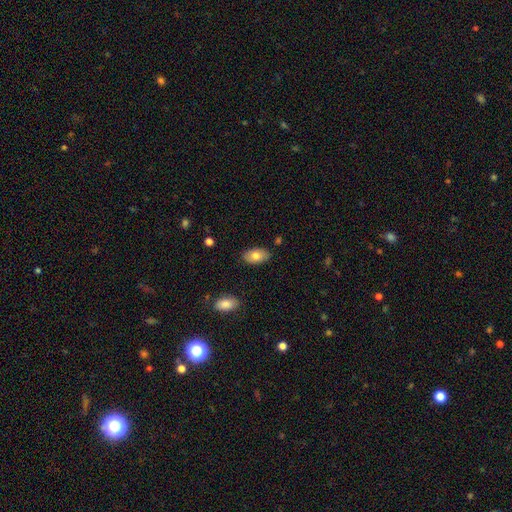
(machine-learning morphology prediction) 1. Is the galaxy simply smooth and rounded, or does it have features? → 78% smooth, 15% featured or disk, 7% star or artifact.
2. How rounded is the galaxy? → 94% in between, 4% round, 2% cigar-shaped.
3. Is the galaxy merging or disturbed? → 85% none, 11% minor disturbance, 2% major disturbance, 2% merger.